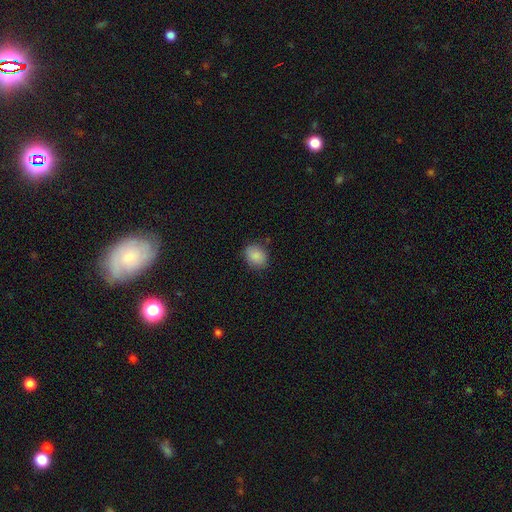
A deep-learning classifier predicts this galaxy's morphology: smooth_or_featured: smooth (p=0.87) [alt: star or artifact p=0.08]
how_rounded: in between (p=0.51) [alt: round p=0.49]
merging: none (p=0.80) [alt: minor disturbance p=0.15]